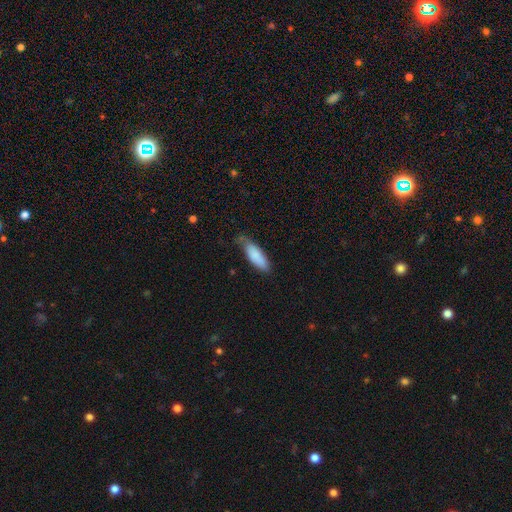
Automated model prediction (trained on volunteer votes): Q: Smooth or featured?
A: smooth (84%); runner-up: featured or disk (10%)
Q: How rounded?
A: in between (59%); runner-up: cigar-shaped (39%)
Q: Merging?
A: none (57%); runner-up: minor disturbance (33%)